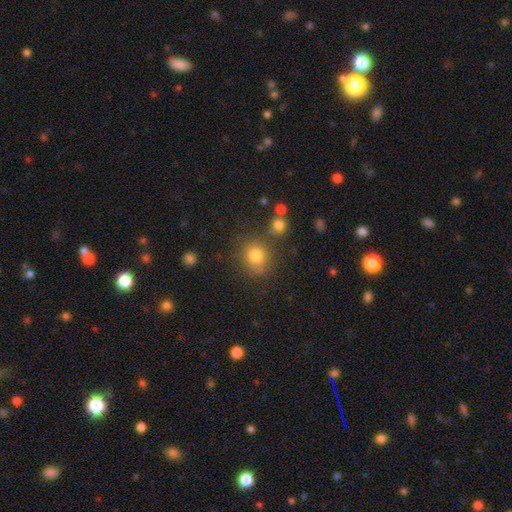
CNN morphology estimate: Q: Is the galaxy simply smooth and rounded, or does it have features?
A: smooth — 79%.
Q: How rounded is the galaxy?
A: round — 83%.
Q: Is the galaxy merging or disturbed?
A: none — 72%.